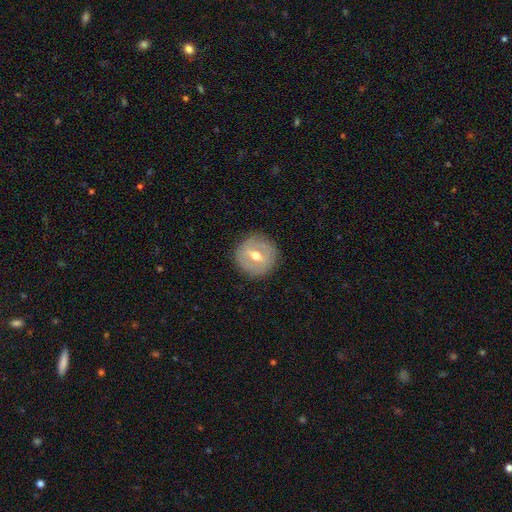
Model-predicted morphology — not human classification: featured or disk 57%, smooth 36%, star or artifact 7%. Down the decision tree: edge-on disk — no (92%); bar — weak (48%); spiral arms — no (68%); bulge size — moderate (77%); merging — none (86%).